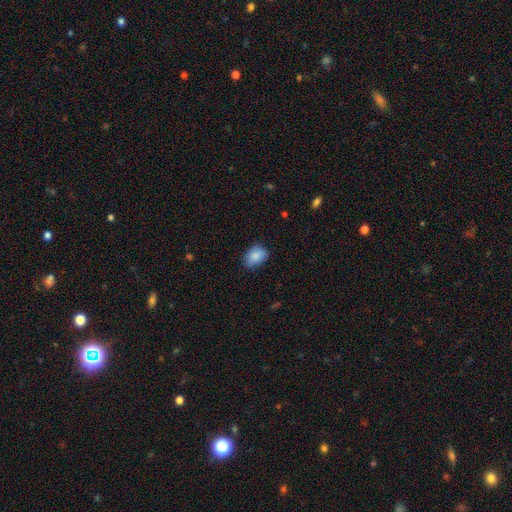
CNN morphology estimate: smooth 87%, star or artifact 7%, featured or disk 6%. Down the decision tree: how rounded — in between (78%); merging — none (75%).